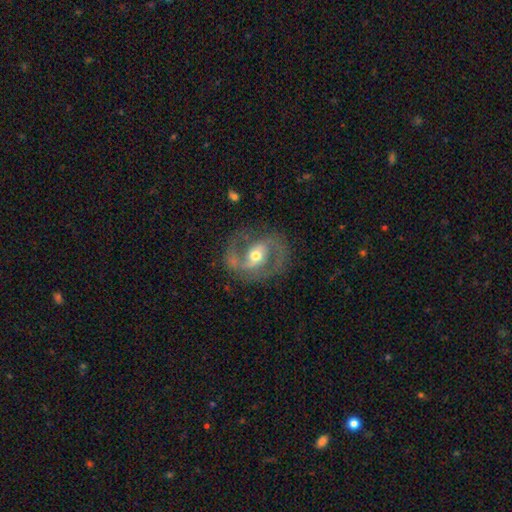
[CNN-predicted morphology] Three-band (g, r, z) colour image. It shows a featured or disk galaxy (89%) with a weak bar (45%), 2 (91%) medium (60%) spiral arms (95%) and a moderate central bulge (70%). Merging: none (77%).